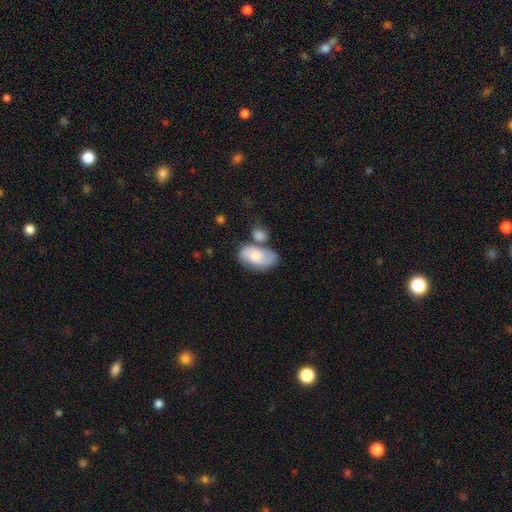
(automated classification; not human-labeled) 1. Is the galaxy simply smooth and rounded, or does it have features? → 60% smooth, 33% featured or disk, 6% star or artifact.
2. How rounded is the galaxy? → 93% in between, 5% round, 2% cigar-shaped.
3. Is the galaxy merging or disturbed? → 44% none, 26% merger, 21% minor disturbance, 8% major disturbance.